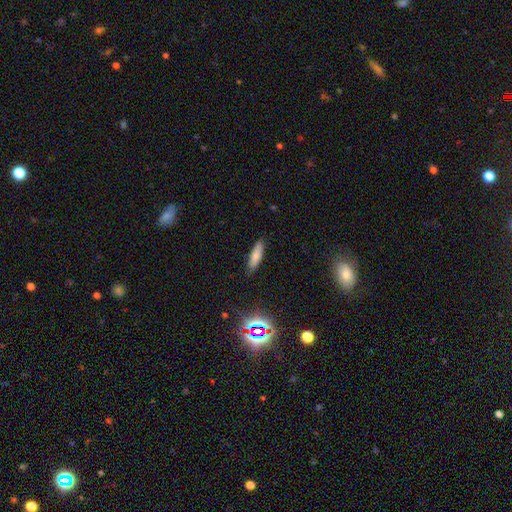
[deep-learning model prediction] This appears to be a smooth galaxy with no disk features (78%) that is cigar-shaped (61%). Merging: none (85%).